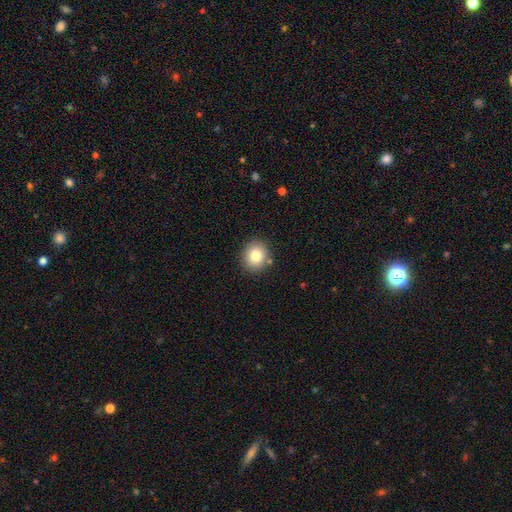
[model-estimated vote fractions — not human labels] smooth 81%, star or artifact 10%, featured or disk 9%. Down the decision tree: how rounded — round (77%); merging — none (87%).